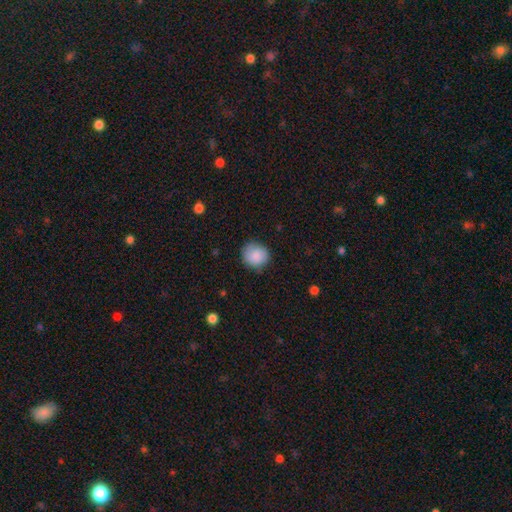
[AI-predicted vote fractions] smooth 88%, star or artifact 7%, featured or disk 5%. Down the decision tree: how rounded — round (87%); merging — none (82%).